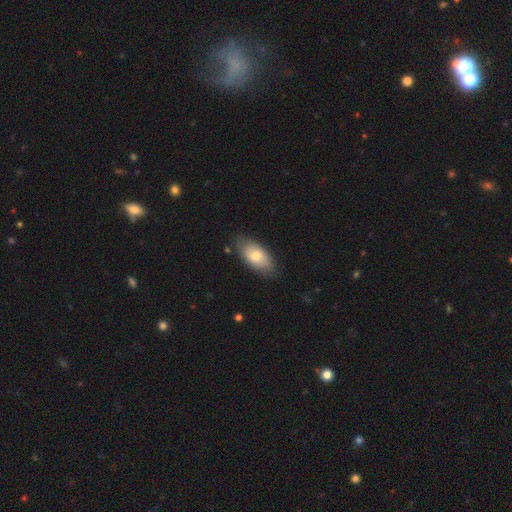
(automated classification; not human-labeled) A smooth galaxy with no disk features (72%) that is in between round and cigar-shaped (92%).

Vote fractions:
- Smooth or featured? smooth: 72% / featured or disk: 22% / star or artifact: 6%
- How rounded? in between: 92% / cigar-shaped: 5% / round: 3%
- Merging? none: 80% / minor disturbance: 16% / major disturbance: 3% / merger: 1%